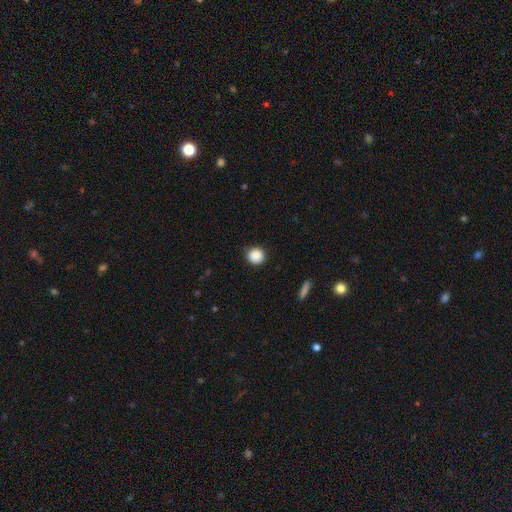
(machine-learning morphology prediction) type=smooth (88%); roundness=round (90%); merging=none (84%).